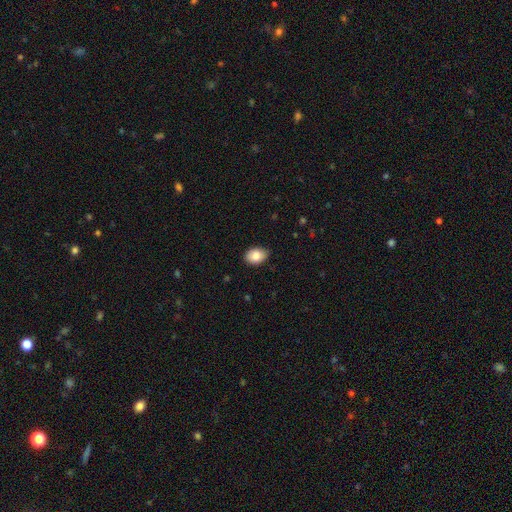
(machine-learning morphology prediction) The model was most divided on "how rounded": in between: 78%, round: 21%, cigar-shaped: 1%. More confident: smooth or featured — smooth (85%); merging — none (82%).